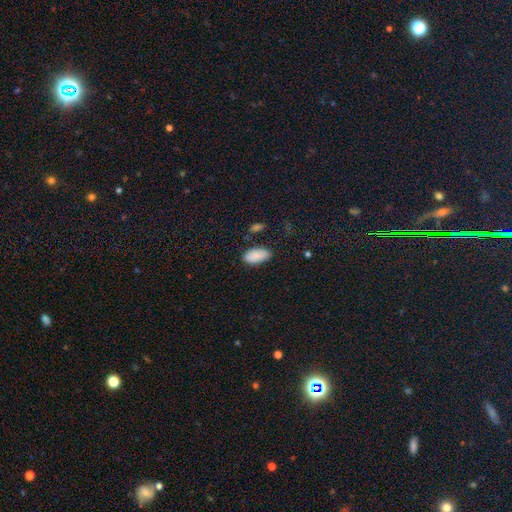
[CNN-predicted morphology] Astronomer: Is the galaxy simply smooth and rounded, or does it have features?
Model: smooth — 88%.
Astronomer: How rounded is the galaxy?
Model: in between — 94%.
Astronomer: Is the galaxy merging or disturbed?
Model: none — 72%.